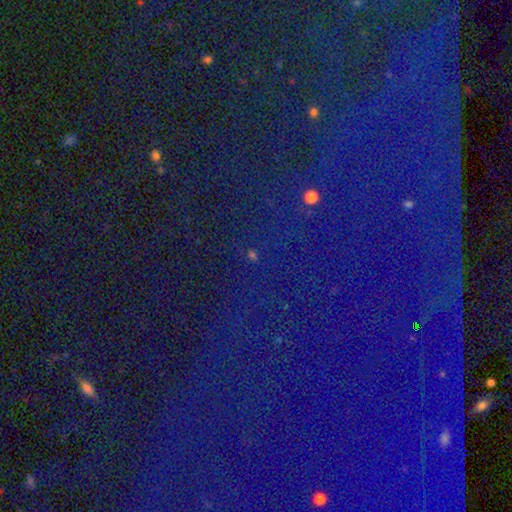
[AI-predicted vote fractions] The model was most divided on "smooth or featured": star or artifact: 81%, smooth: 12%, featured or disk: 7%.